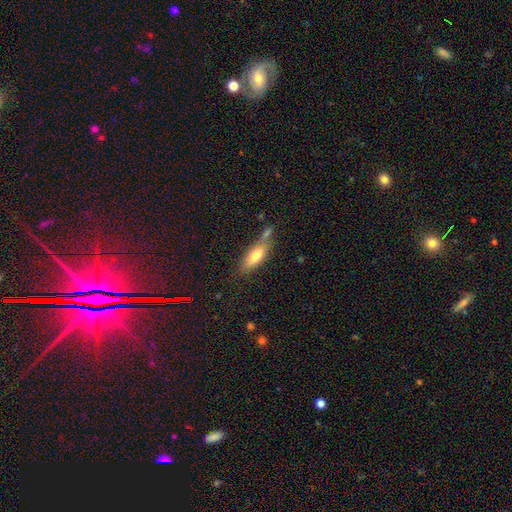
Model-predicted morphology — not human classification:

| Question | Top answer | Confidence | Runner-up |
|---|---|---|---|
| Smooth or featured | smooth | 69% | featured or disk (23%) |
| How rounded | in between | 60% | cigar-shaped (37%) |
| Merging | none | 56% | minor disturbance (21%) |